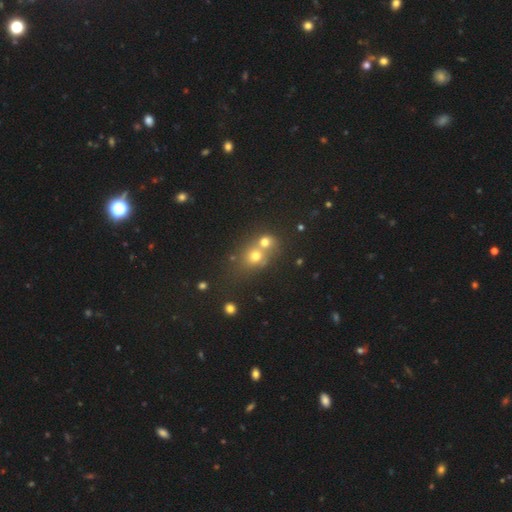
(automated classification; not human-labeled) Overall: smooth (62%; star or artifact 22%). How rounded: round (73%). Merging: merger (52%; none 38%).